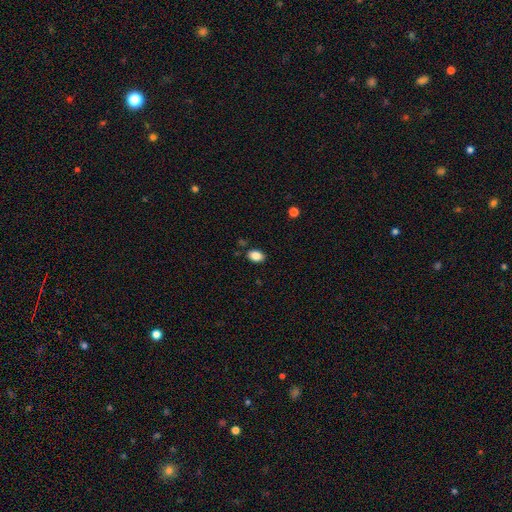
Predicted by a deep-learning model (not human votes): Morphology: type=smooth (87%); roundness=in between (82%); merging=none (85%).